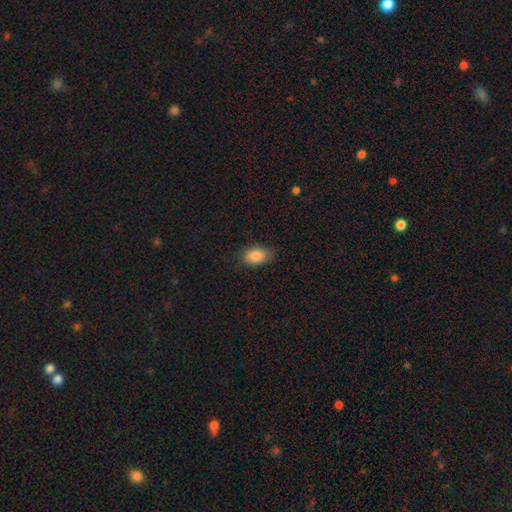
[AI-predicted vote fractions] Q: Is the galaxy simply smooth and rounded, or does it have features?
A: smooth — 86%.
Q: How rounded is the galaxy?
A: in between — 89%.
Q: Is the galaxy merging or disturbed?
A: none — 82%.